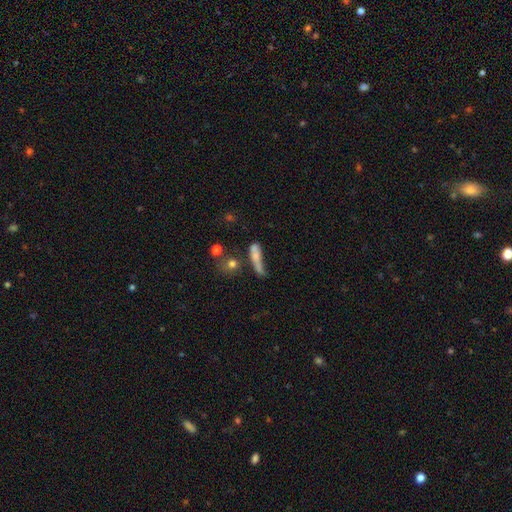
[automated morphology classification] The model was most divided on "merging": major disturbance: 30%, none: 29%, minor disturbance: 22%, merger: 19%. More confident: how rounded — cigar-shaped (69%); smooth or featured — smooth (62%).